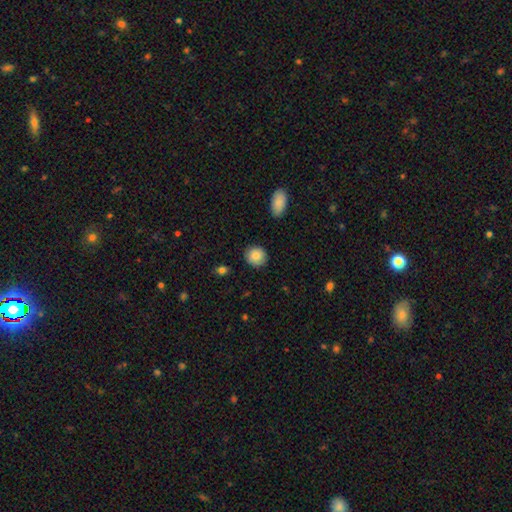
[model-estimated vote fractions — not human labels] Q: Smooth or featured?
A: smooth (88%); runner-up: star or artifact (7%)
Q: How rounded?
A: round (87%); runner-up: in between (12%)
Q: Merging?
A: none (87%); runner-up: minor disturbance (9%)